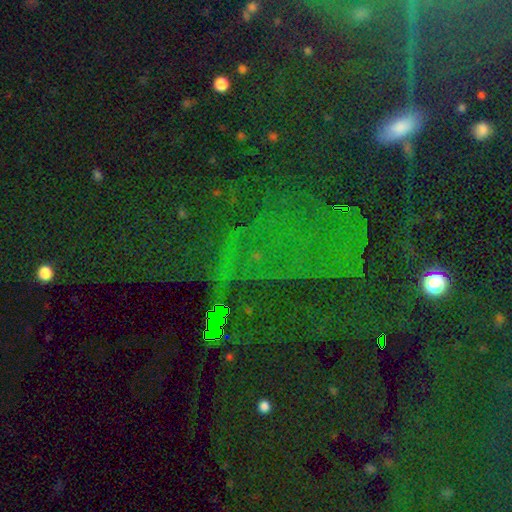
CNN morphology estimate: type=star or artifact (70%).